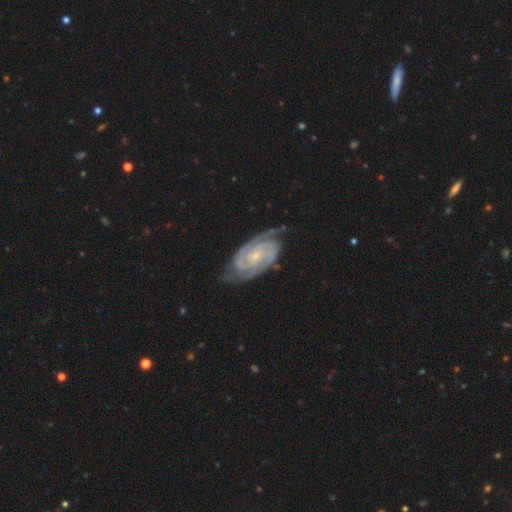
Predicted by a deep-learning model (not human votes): A featured or disk galaxy (92%) with no bar (64%), 2 (72%) tight (74%) spiral arms (99%) and a small central bulge (76%). Merging: none (74%).